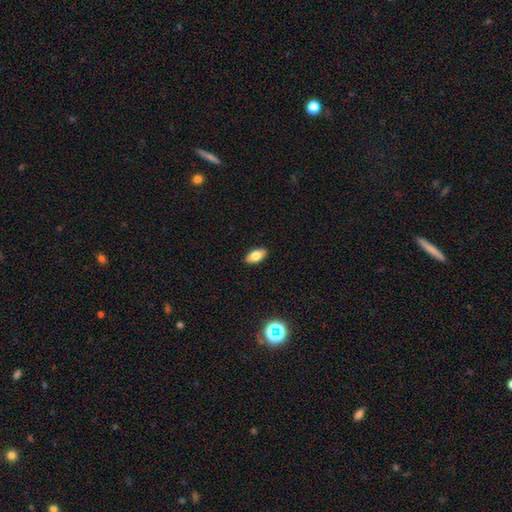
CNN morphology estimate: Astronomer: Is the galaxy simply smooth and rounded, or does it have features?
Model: smooth — 78%.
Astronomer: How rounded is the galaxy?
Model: in between — 90%.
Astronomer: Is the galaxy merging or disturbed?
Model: none — 90%.